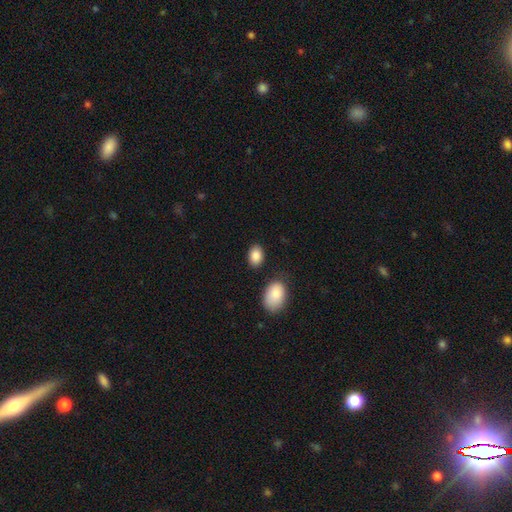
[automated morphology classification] Smooth or featured? smooth (88%)
How rounded? in between (82%)
Merging? none (81%)